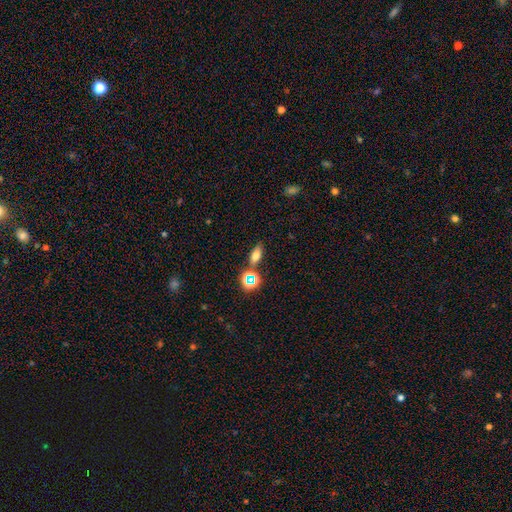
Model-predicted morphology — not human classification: The model was most divided on "smooth or featured": smooth: 67%, star or artifact: 19%, featured or disk: 14%. More confident: merging — none (75%); how rounded — in between (71%).